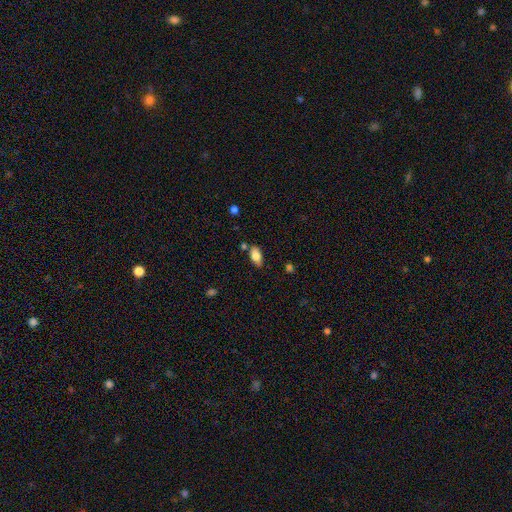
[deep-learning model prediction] Overall: smooth (81%). How rounded: in between (92%). Merging: none (77%).